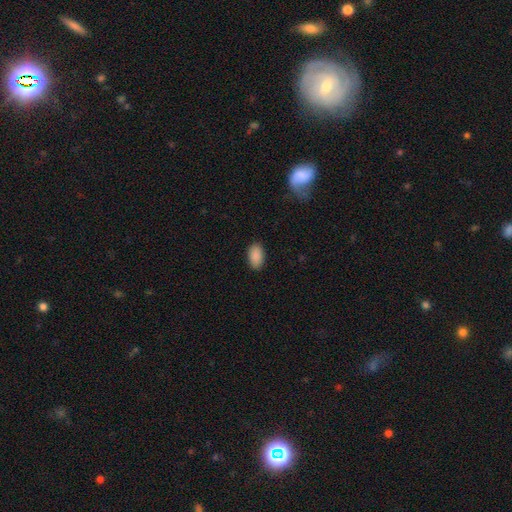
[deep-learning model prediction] Morphology: type=smooth (90%); roundness=in between (94%); merging=none (88%).